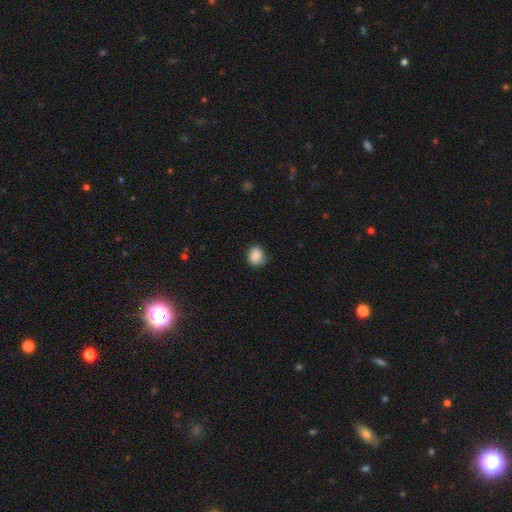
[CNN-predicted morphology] smooth 85%, star or artifact 8%, featured or disk 6%. Down the decision tree: how rounded — round (67%); merging — none (69%).